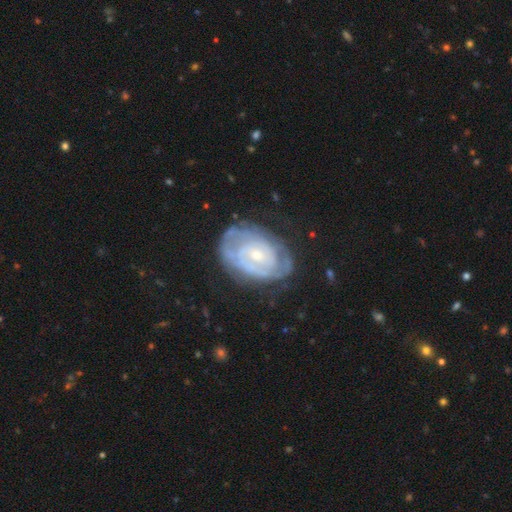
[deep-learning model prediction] Smooth or featured?
  - featured or disk: 79% *
  - smooth: 15%
  - star or artifact: 6%
Edge-on disk?
  - no: 96% *
  - yes: 4%
Bar?
  - no: 69% *
  - weak: 25%
  - strong: 6%
Spiral arms?
  - yes: 82% *
  - no: 18%
Spiral winding?
  - tight: 70% *
  - medium: 23%
  - loose: 7%
Spiral arm count?
  - can't tell: 50% *
  - 2: 25%
  - 3: 10%
  - 1: 6%
  - 4: 5%
  - more than 4: 4%
Bulge size?
  - small: 72% *
  - moderate: 24%
  - none: 2%
  - large: 2%
  - dominant: 1%
Merging?
  - none: 65% *
  - minor disturbance: 22%
  - major disturbance: 11%
  - merger: 2%